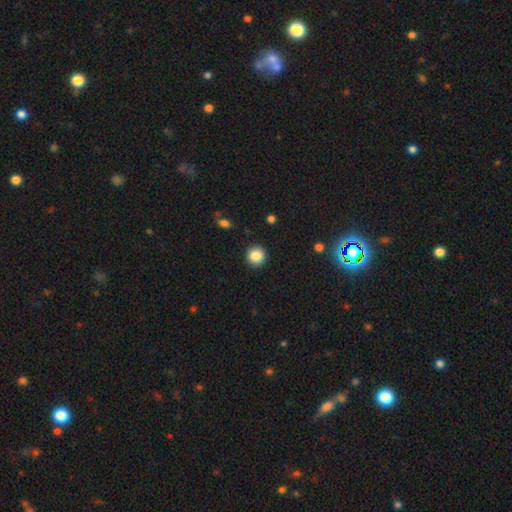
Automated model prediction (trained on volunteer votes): A smooth galaxy with no disk features (86%) that is round (93%). Merging: none (91%).